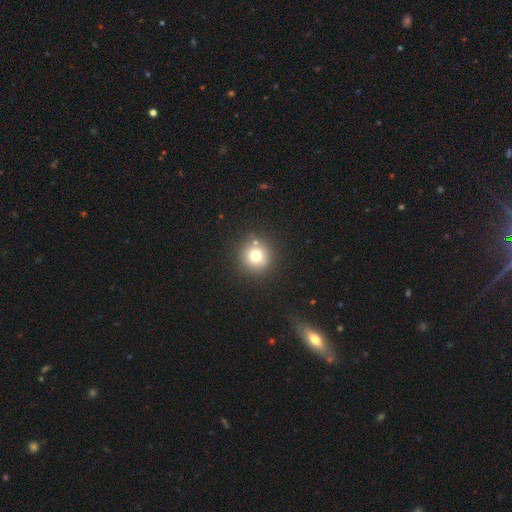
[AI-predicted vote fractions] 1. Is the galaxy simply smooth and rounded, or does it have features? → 74% smooth, 15% star or artifact, 11% featured or disk.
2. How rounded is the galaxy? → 93% round, 6% in between, 1% cigar-shaped.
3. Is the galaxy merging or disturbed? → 84% none, 8% minor disturbance, 6% merger, 3% major disturbance.